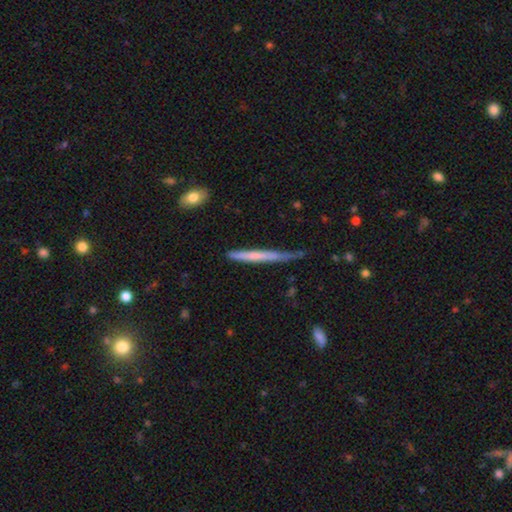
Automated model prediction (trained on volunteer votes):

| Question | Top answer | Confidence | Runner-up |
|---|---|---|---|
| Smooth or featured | smooth | 55% | featured or disk (39%) |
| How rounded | cigar-shaped | 96% | in between (2%) |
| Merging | none | 60% | minor disturbance (30%) |